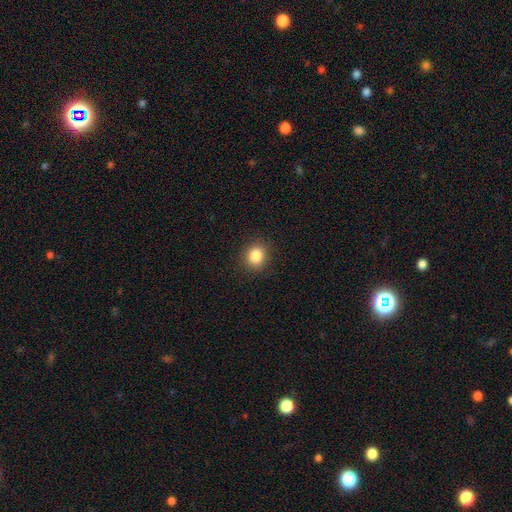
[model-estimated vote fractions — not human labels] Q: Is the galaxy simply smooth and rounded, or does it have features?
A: smooth — 85%.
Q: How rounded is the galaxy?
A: round — 76%.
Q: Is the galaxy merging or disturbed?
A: none — 90%.